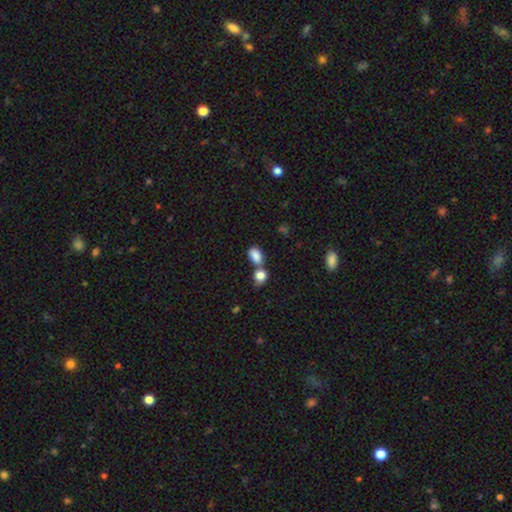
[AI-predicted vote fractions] smooth-or-featured: smooth: 85% | star or artifact: 9% | featured or disk: 6%
  how-rounded: in between: 81% | round: 17% | cigar-shaped: 2%
  merging: merger: 44% | none: 41% | minor disturbance: 11% | major disturbance: 4%